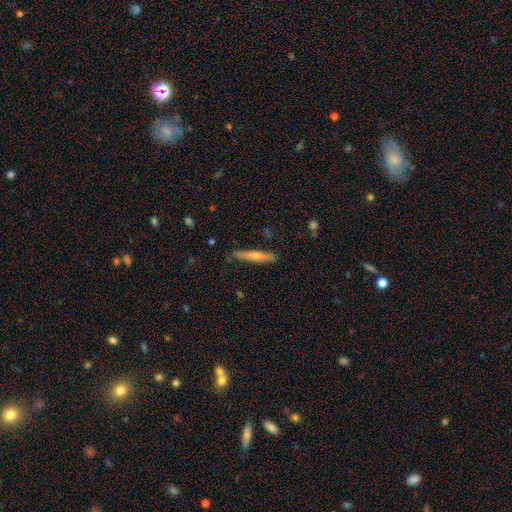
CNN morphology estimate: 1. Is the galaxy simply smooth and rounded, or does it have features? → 51% featured or disk, 43% smooth, 6% star or artifact.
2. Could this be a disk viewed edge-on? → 94% yes, 6% no.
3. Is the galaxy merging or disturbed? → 86% none, 11% minor disturbance, 2% major disturbance, 1% merger.